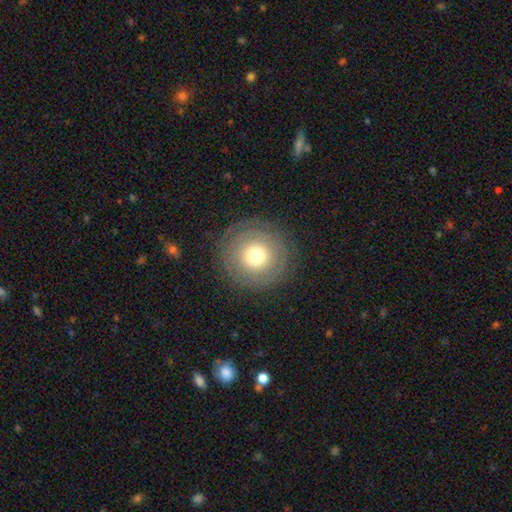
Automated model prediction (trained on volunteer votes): smooth_or_featured: smooth (p=0.58) [alt: featured or disk p=0.32]
how_rounded: round (p=0.95) [alt: in between p=0.04]
merging: none (p=0.86) [alt: minor disturbance p=0.08]